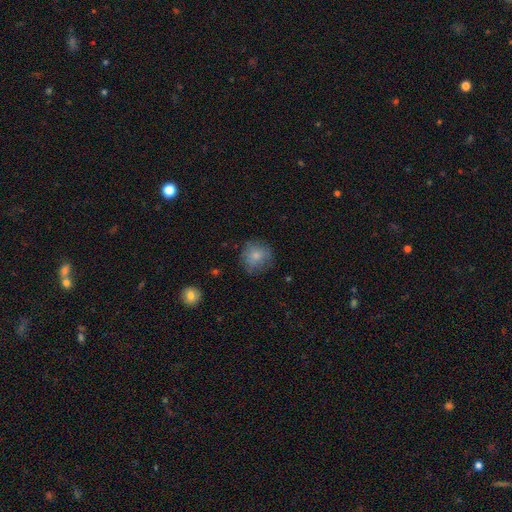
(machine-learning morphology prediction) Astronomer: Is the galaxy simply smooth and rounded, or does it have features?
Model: smooth — 78%.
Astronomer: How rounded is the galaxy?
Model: round — 89%.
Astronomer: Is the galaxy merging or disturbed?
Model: none — 74%.